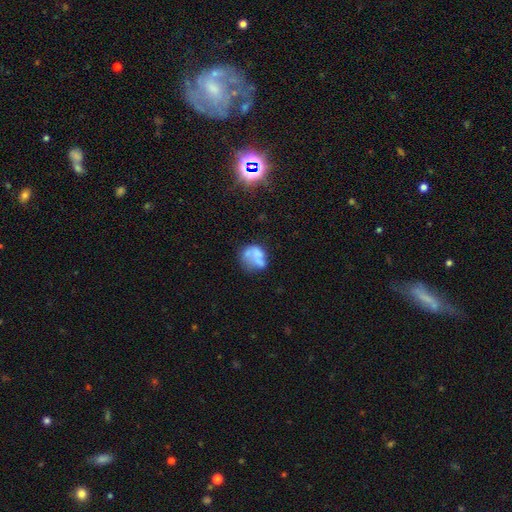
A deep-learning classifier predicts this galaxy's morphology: This is possibly a smooth galaxy (50%). How rounded: possibly round (54%). Merging: marginally none (36%).